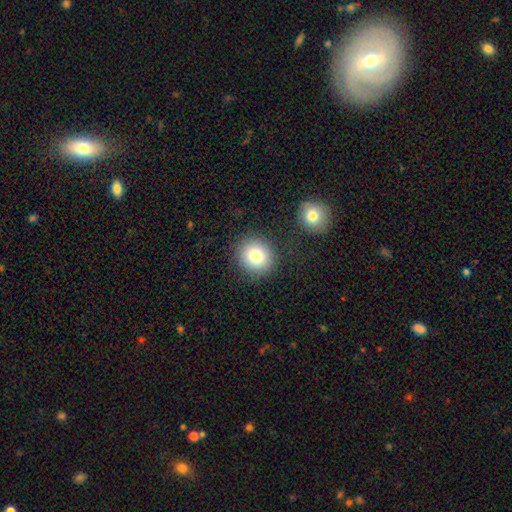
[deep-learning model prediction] smooth_or_featured: smooth (p=0.80) [alt: star or artifact p=0.10]
how_rounded: round (p=0.87) [alt: in between p=0.12]
merging: none (p=0.86) [alt: minor disturbance p=0.08]